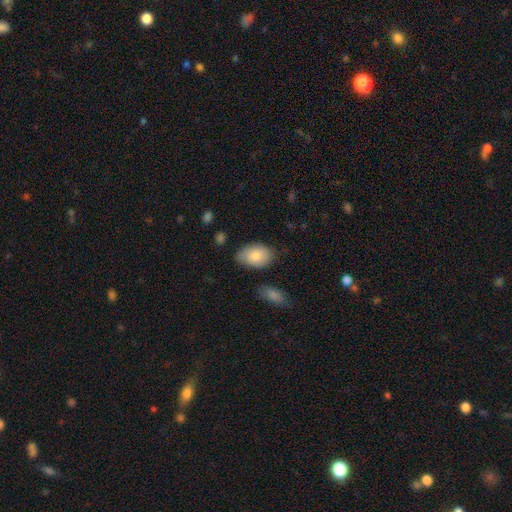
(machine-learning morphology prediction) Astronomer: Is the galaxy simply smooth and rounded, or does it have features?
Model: smooth — 83%.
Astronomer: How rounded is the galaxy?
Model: in between — 90%.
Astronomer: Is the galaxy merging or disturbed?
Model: none — 72%.